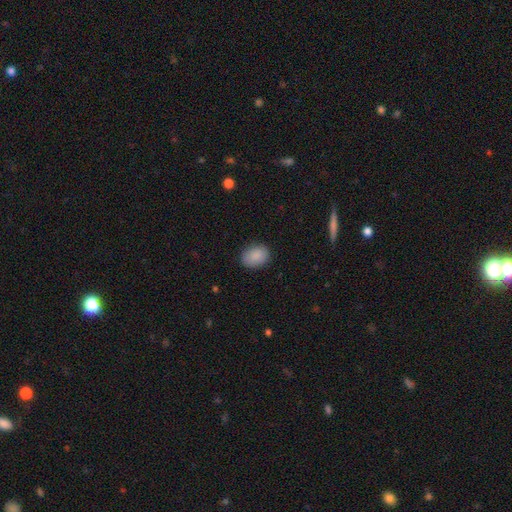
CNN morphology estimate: This is clearly a smooth galaxy (89%). How rounded: likely in between (67%). Merging: clearly none (85%).